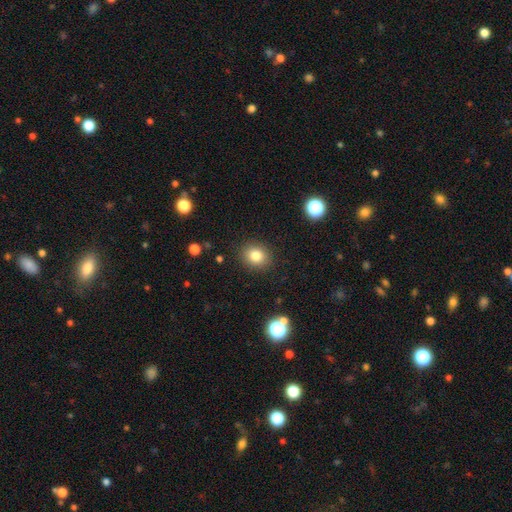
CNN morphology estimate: Smooth or featured? smooth (81%)
How rounded? round (67%)
Merging? none (88%)